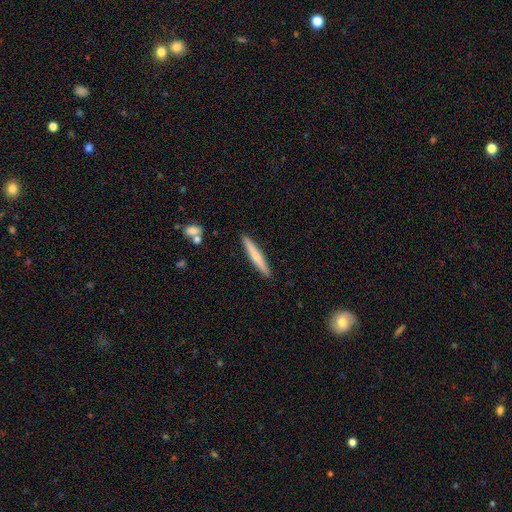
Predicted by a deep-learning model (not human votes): Smooth or featured? Predicted: smooth (p=0.62). How rounded? Predicted: cigar-shaped (p=0.95). Merging? Predicted: none (p=0.91).